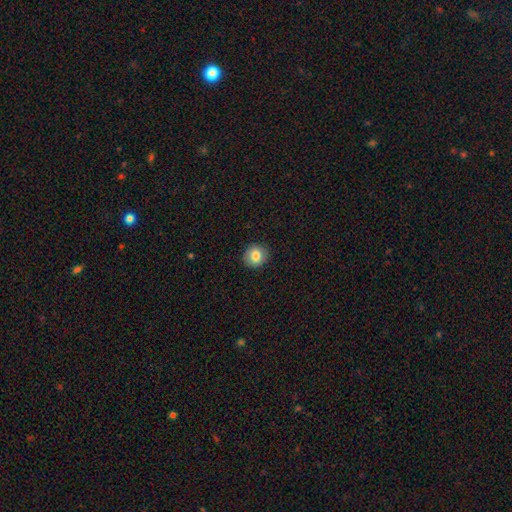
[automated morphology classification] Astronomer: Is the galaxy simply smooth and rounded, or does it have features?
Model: smooth — 83%.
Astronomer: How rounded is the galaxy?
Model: round — 85%.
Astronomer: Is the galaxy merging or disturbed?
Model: none — 90%.